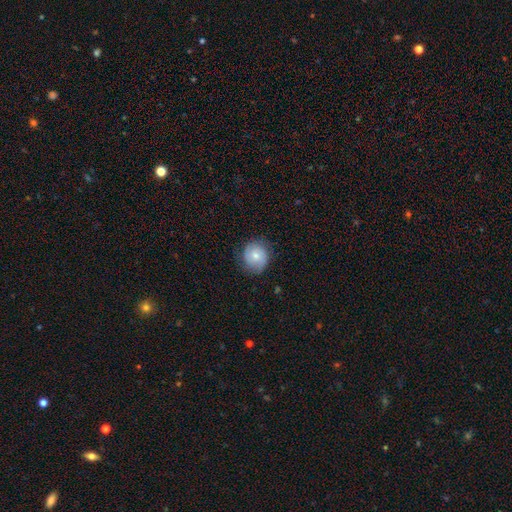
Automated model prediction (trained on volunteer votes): This is likely a smooth galaxy (66%). How rounded: clearly round (82%). Merging: likely none (75%).